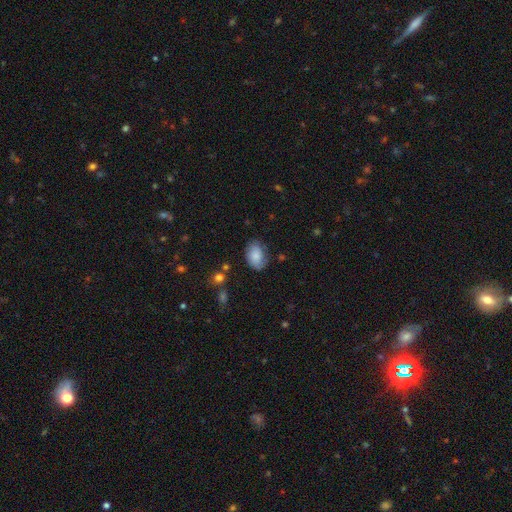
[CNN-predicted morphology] Smooth or featured? Predicted: smooth (p=0.81). How rounded? Predicted: in between (p=0.87). Merging? Predicted: none (p=0.70).